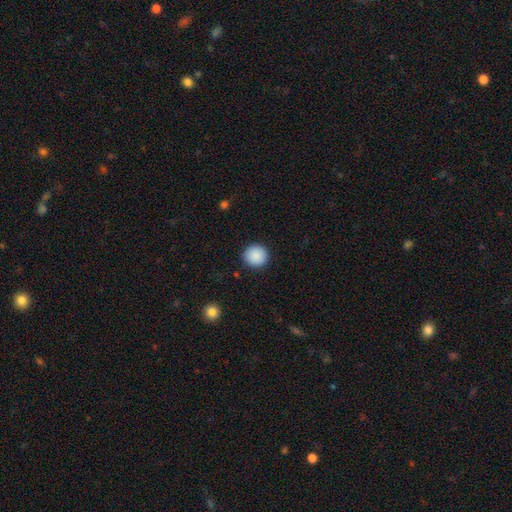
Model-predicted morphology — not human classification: Smooth or featured? Predicted: smooth (p=0.89). How rounded? Predicted: round (p=0.95). Merging? Predicted: none (p=0.93).